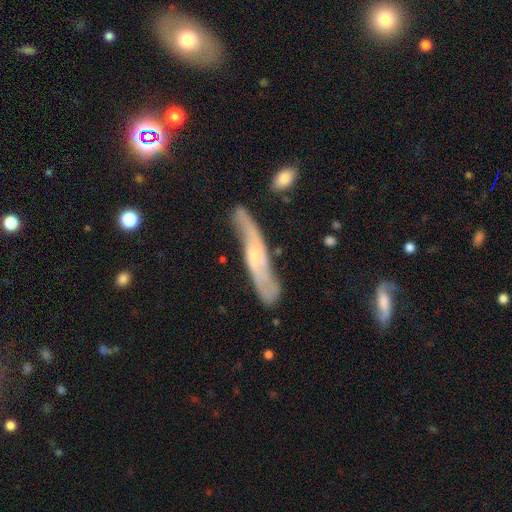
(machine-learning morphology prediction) A featured or disk galaxy (71%).

Vote fractions:
- Smooth or featured? featured or disk: 71% / smooth: 23% / star or artifact: 7%
- Edge-on disk? no: 54% / yes: 46%
- Merging? none: 65% / minor disturbance: 24% / major disturbance: 7% / merger: 4%